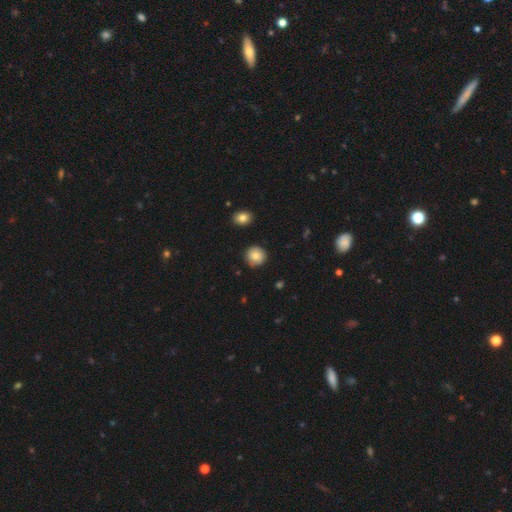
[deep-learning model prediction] Smooth or featured? smooth (84%)
How rounded? round (93%)
Merging? none (89%)